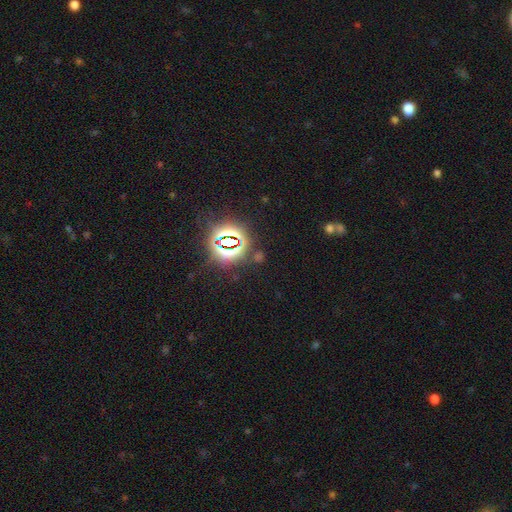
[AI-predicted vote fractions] Q: Smooth or featured?
A: star or artifact (78%); runner-up: smooth (15%)